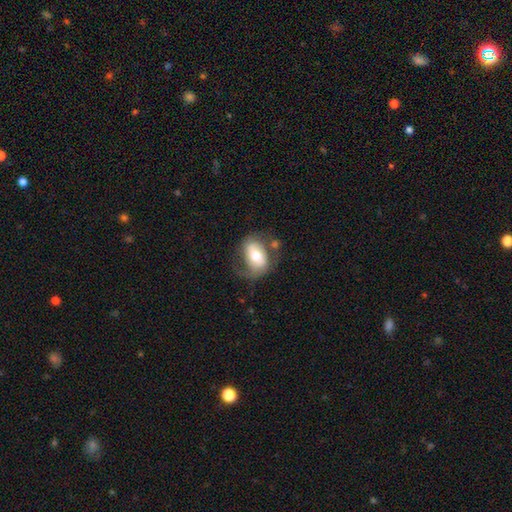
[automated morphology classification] This is possibly a featured or disk galaxy (47%). Merging: possibly none (50%).